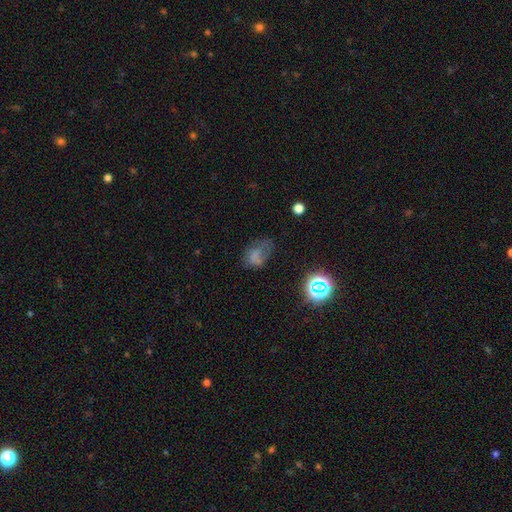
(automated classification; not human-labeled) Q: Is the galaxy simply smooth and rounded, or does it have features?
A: smooth — 54%.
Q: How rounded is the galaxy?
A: in between — 76%.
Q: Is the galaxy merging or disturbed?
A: none — 34%, tied with major disturbance.